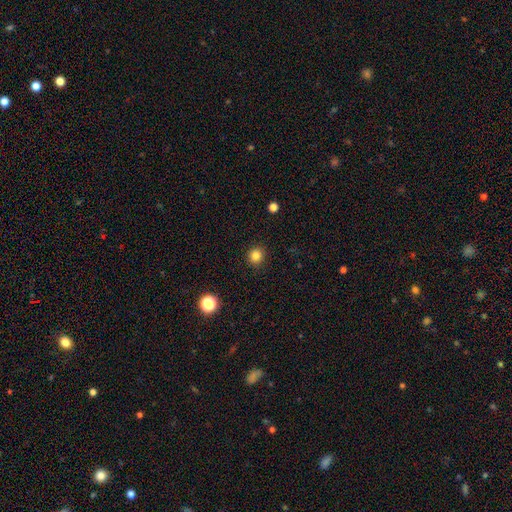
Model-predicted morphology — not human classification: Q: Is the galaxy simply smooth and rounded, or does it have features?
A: smooth — 83%.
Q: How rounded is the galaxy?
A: round — 91%.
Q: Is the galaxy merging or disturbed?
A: none — 92%.